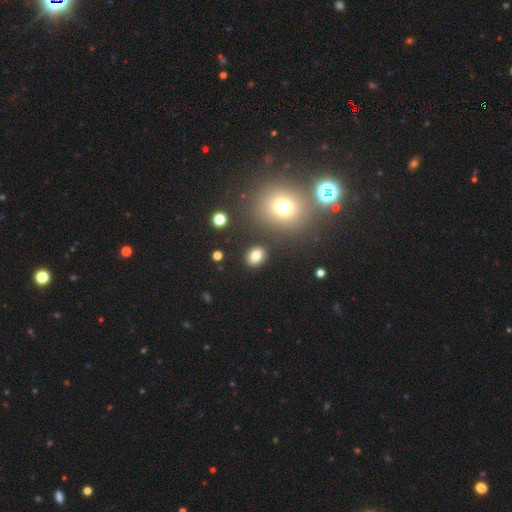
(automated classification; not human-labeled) Overall: smooth (80%). How rounded: in between (55%; round 44%). Merging: none (85%).